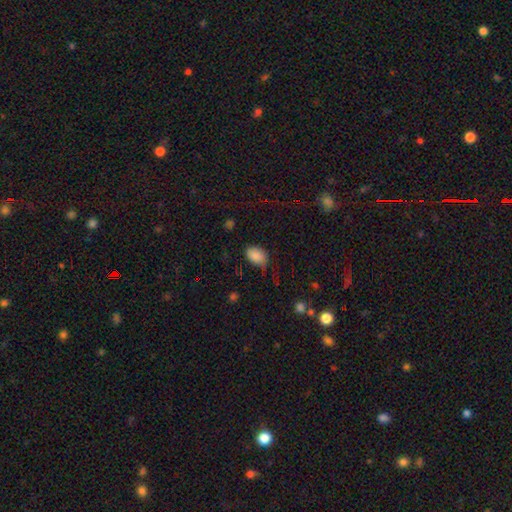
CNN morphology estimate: Smooth or featured? Predicted: smooth (p=0.86). How rounded? Predicted: in between (p=0.86). Merging? Predicted: none (p=0.58).